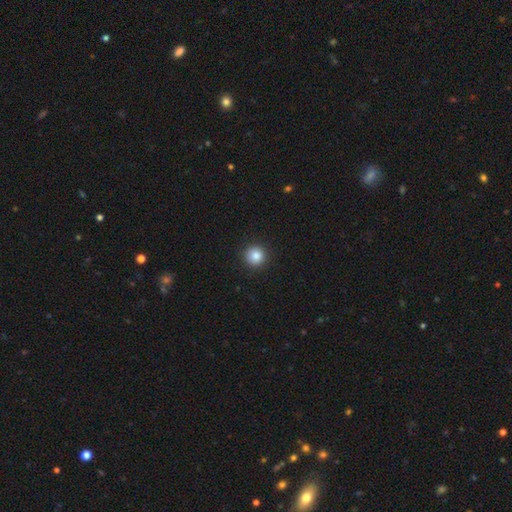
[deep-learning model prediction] Smooth or featured? Predicted: smooth (p=0.86). How rounded? Predicted: round (p=0.95). Merging? Predicted: none (p=0.92).